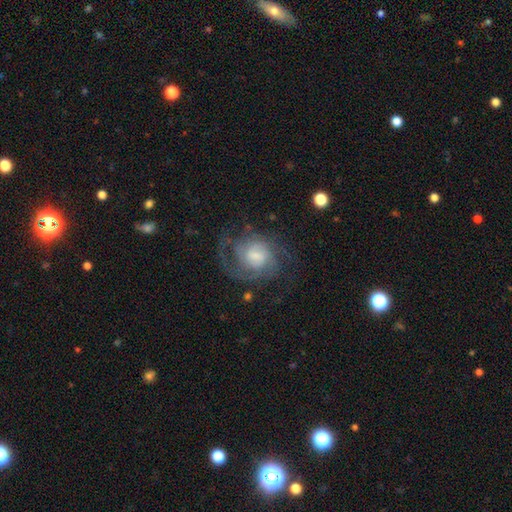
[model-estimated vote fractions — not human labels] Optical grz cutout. It shows a featured or disk galaxy (77%) with a weak bar (48%), 2 (33%) medium (43%) spiral arms (92%) and a moderate central bulge (36%). Merging: none (61%).